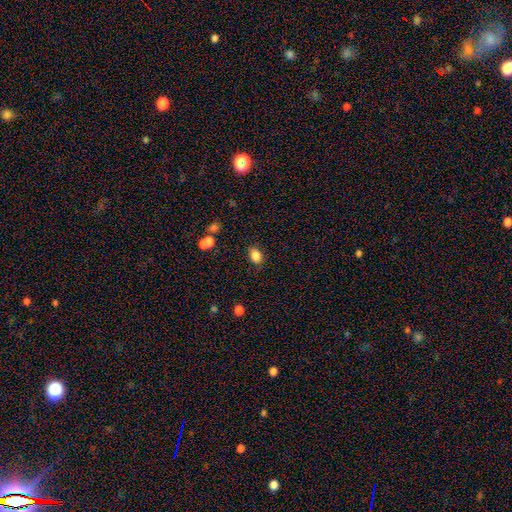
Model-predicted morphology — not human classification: Smooth or featured? smooth (85%)
How rounded? in between (78%)
Merging? none (84%)